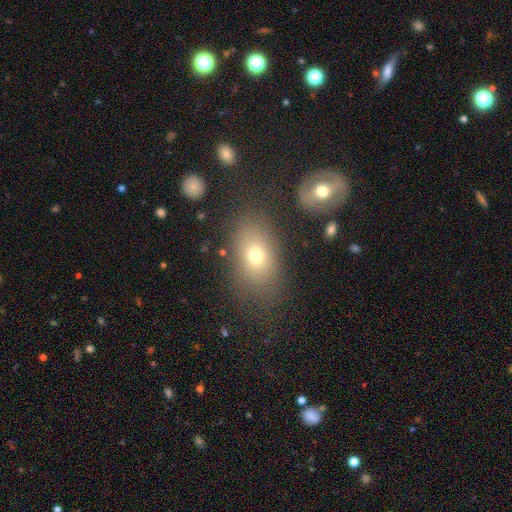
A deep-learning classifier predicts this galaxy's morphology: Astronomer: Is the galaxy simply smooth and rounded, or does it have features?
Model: smooth — 70%.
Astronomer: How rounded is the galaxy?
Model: in between — 78%.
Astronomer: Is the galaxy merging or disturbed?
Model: none — 71%.